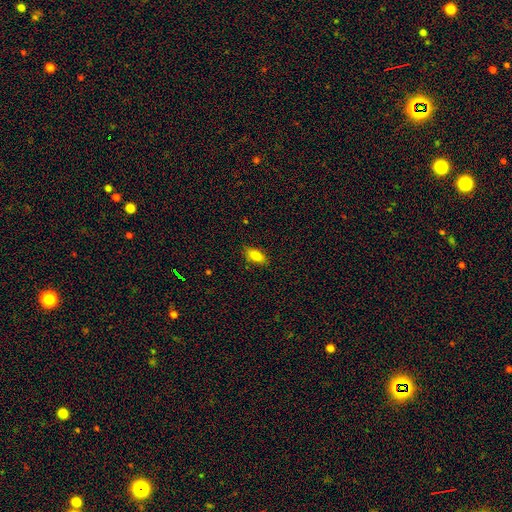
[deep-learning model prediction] smooth_or_featured: smooth (p=0.84) [alt: featured or disk p=0.08]
how_rounded: in between (p=0.87) [alt: cigar-shaped p=0.10]
merging: none (p=0.85) [alt: minor disturbance p=0.11]